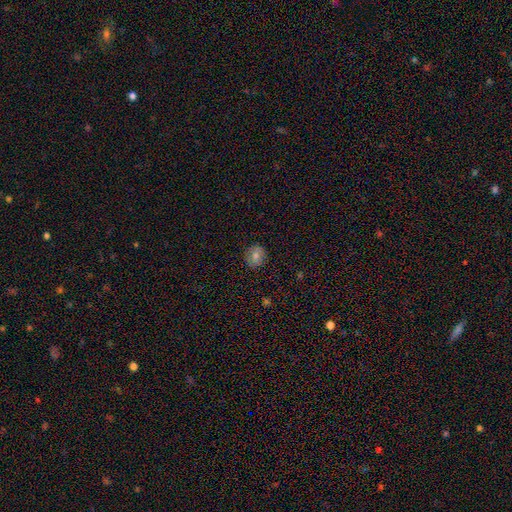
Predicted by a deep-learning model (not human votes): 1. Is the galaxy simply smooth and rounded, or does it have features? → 68% smooth, 19% featured or disk, 13% star or artifact.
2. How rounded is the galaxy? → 89% round, 10% in between, 1% cigar-shaped.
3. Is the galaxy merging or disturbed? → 88% none, 9% minor disturbance, 2% major disturbance, 1% merger.